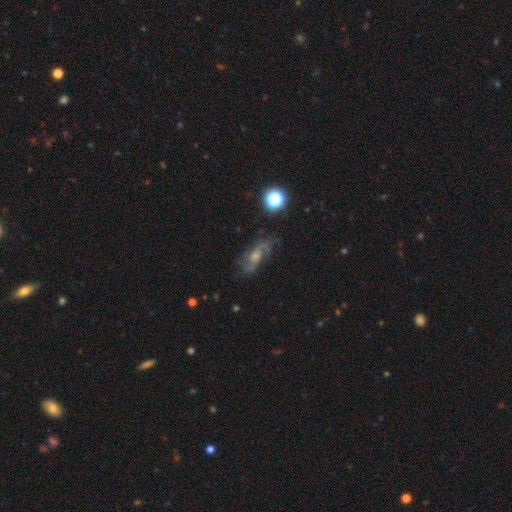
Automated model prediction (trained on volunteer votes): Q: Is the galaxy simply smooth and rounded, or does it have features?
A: featured or disk — 71%.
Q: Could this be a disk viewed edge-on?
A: no — 92%.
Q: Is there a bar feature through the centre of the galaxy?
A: no — 56%.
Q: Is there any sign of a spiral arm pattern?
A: yes — 91%.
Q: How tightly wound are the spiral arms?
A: medium — 44%.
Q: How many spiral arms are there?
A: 2 — 68%.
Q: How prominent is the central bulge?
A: moderate — 46%.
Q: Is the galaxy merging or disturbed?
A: none — 67%.